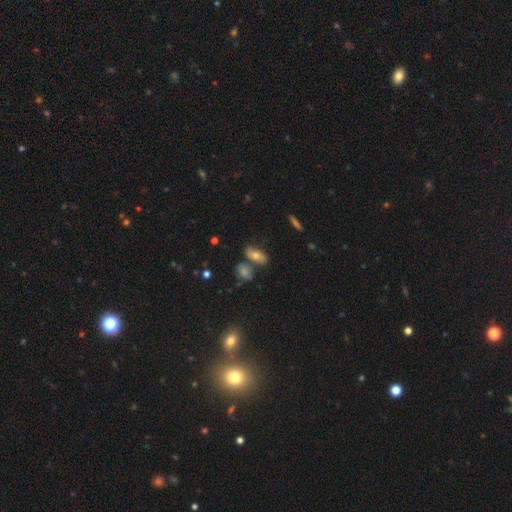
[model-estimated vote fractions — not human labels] This appears to be a smooth galaxy with no disk features (66%) that is in between round and cigar-shaped (82%). Merging: none (58%).